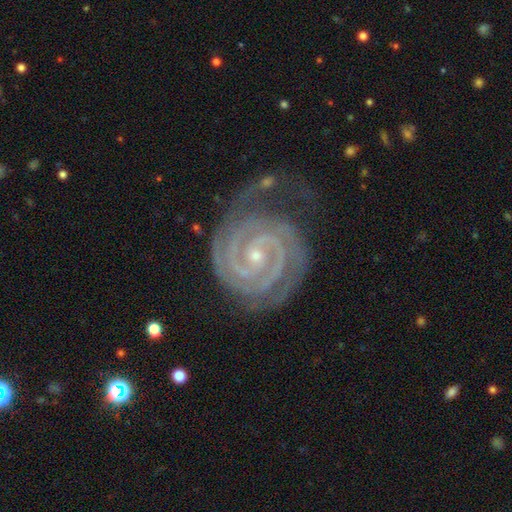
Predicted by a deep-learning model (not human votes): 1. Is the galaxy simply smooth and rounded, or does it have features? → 93% featured or disk, 5% star or artifact, 2% smooth.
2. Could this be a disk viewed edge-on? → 98% no, 2% yes.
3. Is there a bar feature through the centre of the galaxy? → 48% no, 31% weak, 21% strong.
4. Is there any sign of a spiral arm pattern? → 99% yes, 1% no.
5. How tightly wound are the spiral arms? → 87% tight, 11% medium, 2% loose.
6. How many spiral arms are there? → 72% 2, 12% 3, 5% can't tell, 5% 4, 3% more than 4, 3% 1.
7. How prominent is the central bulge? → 80% small, 17% moderate, 1% none, 1% large, 1% dominant.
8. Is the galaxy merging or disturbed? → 67% none, 21% minor disturbance, 9% major disturbance, 3% merger.